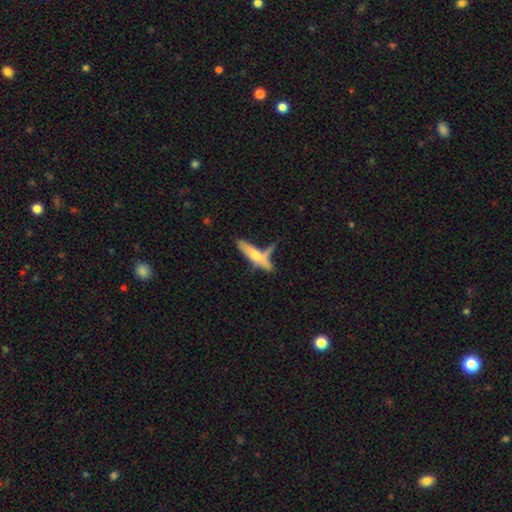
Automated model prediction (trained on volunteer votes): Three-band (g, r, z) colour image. It shows a smooth galaxy with no disk features (50%). Merging: none (46%).